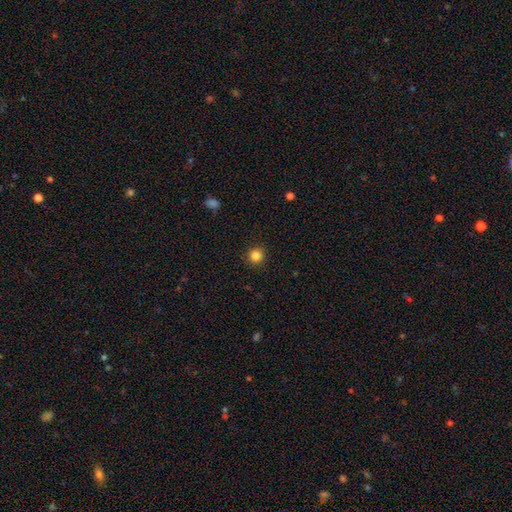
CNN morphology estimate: smooth_or_featured: smooth (p=0.85) [alt: star or artifact p=0.12]
how_rounded: round (p=0.94) [alt: in between p=0.05]
merging: none (p=0.92) [alt: minor disturbance p=0.05]